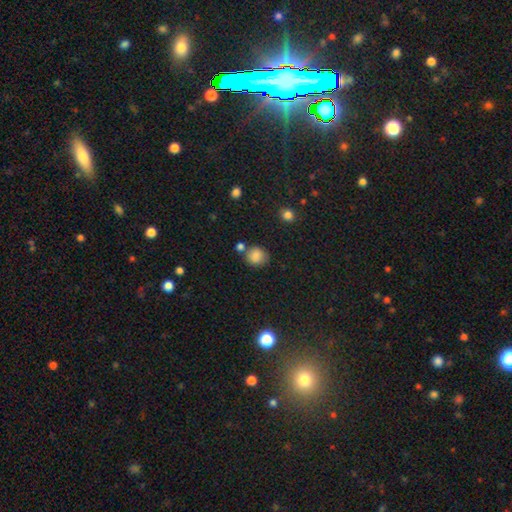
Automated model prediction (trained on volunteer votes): Overall: smooth (82%). How rounded: round (79%). Merging: none (65%).